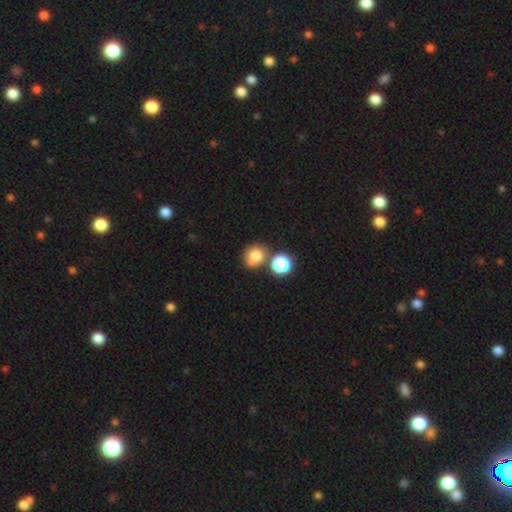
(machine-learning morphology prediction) The model was most divided on "merging": none: 50%, merger: 33%, minor disturbance: 12%, major disturbance: 5%. More confident: smooth or featured — smooth (77%); how rounded — round (75%).